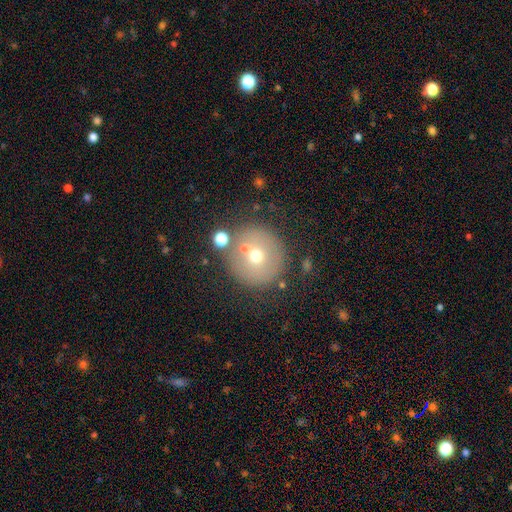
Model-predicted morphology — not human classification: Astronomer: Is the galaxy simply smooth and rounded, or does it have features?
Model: smooth — 59%.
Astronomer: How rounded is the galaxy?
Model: round — 95%.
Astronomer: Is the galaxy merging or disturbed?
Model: none — 77%.